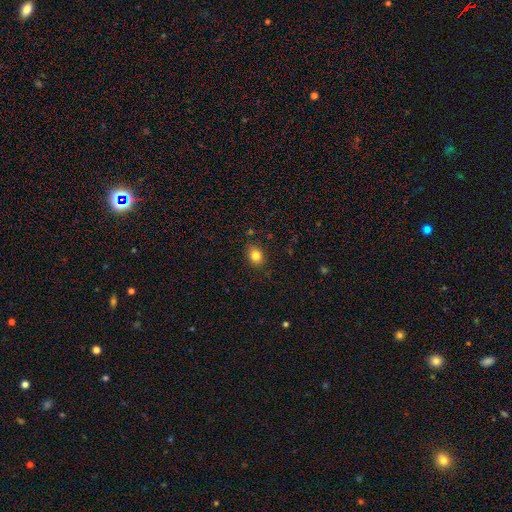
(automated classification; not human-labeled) smooth-or-featured: smooth: 83% | star or artifact: 11% | featured or disk: 7%
  how-rounded: in between: 55% | round: 44% | cigar-shaped: 1%
  merging: none: 85% | minor disturbance: 11% | major disturbance: 3% | merger: 1%